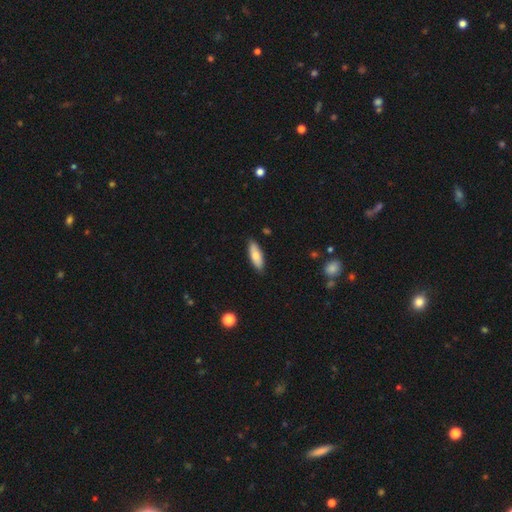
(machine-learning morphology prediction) A smooth galaxy with no disk features (73%) that is in between round and cigar-shaped (62%).

Vote fractions:
- Smooth or featured? smooth: 73% / featured or disk: 21% / star or artifact: 6%
- How rounded? in between: 62% / cigar-shaped: 36% / round: 2%
- Merging? none: 88% / minor disturbance: 10% / major disturbance: 2% / merger: 1%